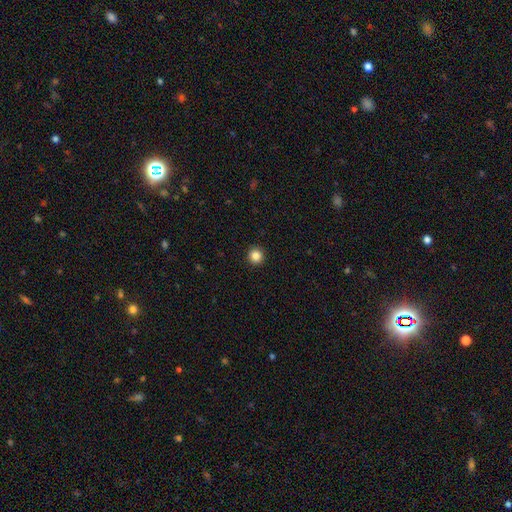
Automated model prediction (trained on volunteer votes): Smooth or featured? smooth (85%)
How rounded? round (95%)
Merging? none (94%)